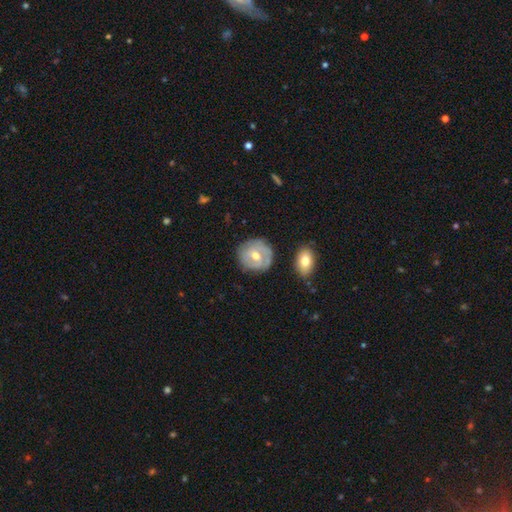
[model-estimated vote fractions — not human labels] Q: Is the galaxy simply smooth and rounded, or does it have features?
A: featured or disk — 54%.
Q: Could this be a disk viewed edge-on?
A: no — 96%.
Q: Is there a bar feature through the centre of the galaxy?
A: no — 57%.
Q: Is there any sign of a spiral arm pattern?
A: yes — 57%.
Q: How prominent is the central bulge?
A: moderate — 73%.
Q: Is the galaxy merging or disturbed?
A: none — 75%.